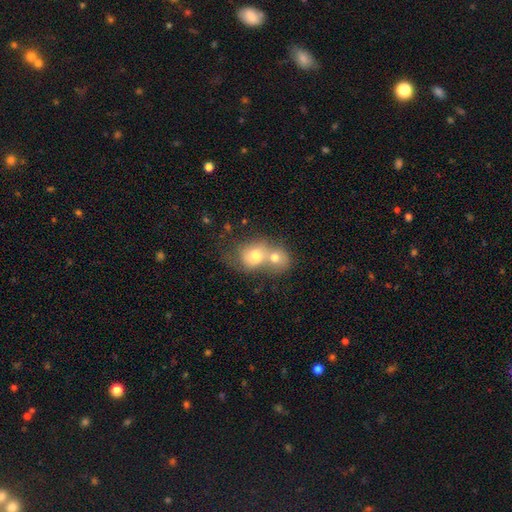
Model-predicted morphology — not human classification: This appears to be a smooth galaxy with no disk features (68%) that is round (57%). Merging: merger (73%).